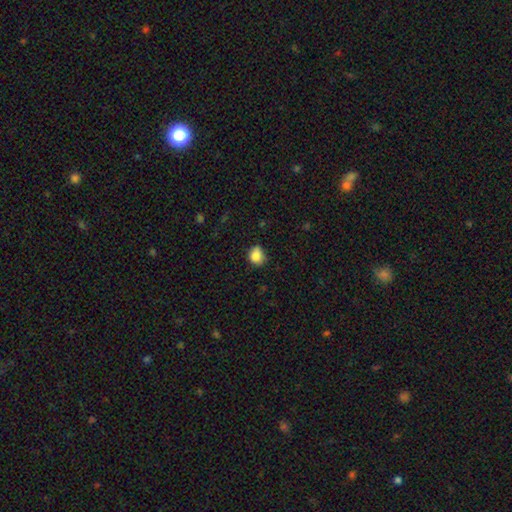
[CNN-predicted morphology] Smooth or featured? smooth (84%)
How rounded? round (67%)
Merging? none (71%)